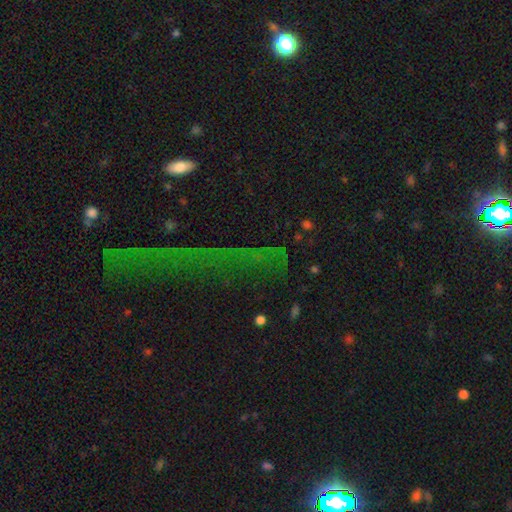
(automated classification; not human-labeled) Smooth or featured? Predicted: star or artifact (p=0.77).